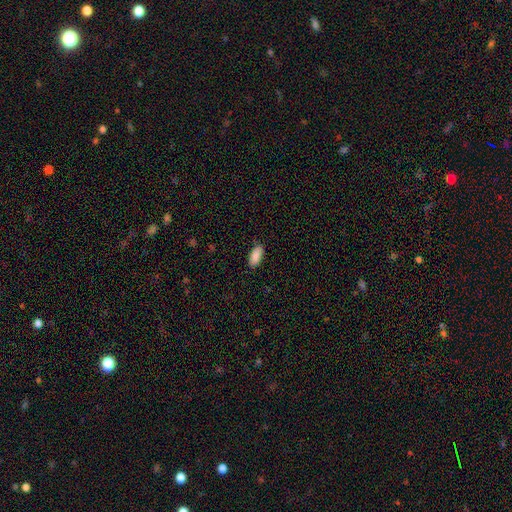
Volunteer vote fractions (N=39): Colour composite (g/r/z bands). It shows a smooth galaxy with no disk features (100%) that is in between round and cigar-shaped (79%). Merging: none (87%).